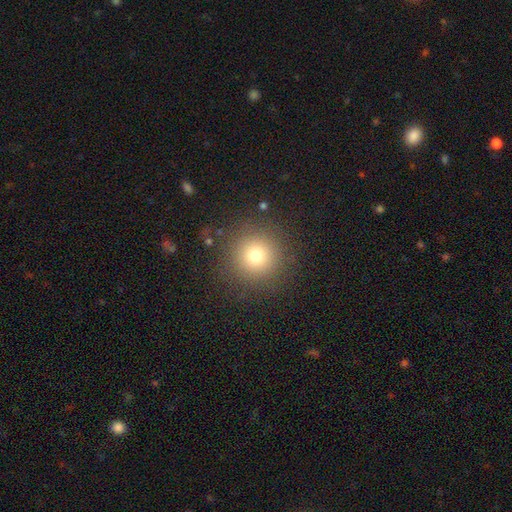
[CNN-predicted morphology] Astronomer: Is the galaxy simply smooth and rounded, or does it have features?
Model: smooth — 76%.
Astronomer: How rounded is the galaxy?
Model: round — 95%.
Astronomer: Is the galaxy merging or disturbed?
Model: none — 88%.